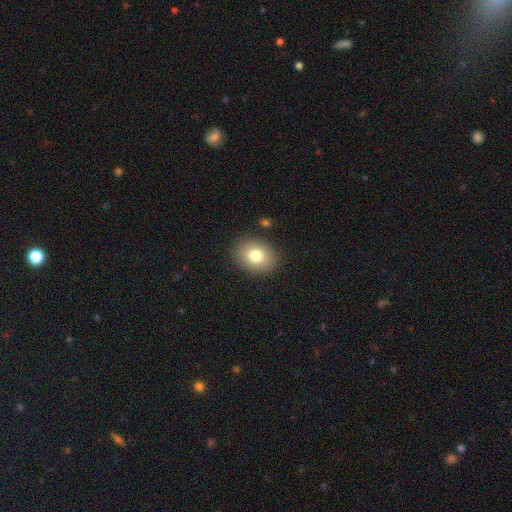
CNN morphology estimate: This appears to be a smooth galaxy with no disk features (78%) that is in between round and cigar-shaped (60%). Merging: none (87%).